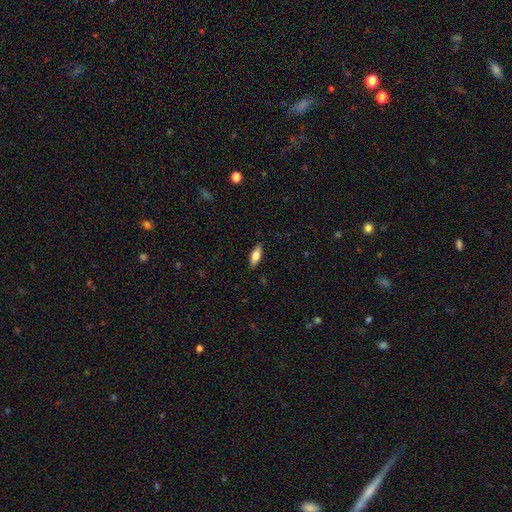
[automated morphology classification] Overall: smooth (74%). How rounded: in between (73%). Merging: none (88%).